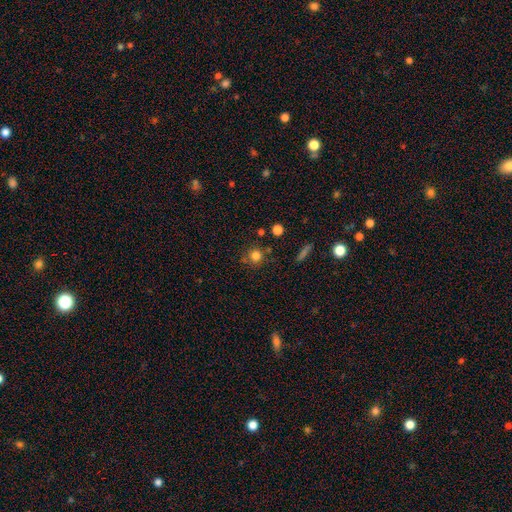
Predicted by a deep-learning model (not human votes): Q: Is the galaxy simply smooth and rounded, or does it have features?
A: smooth — 80%.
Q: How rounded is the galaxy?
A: round — 90%.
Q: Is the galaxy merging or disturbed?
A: none — 73%.